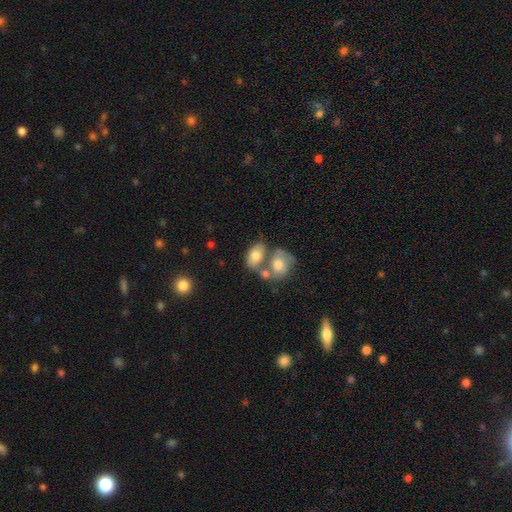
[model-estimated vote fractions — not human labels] Smooth or featured?
  - smooth: 68% *
  - featured or disk: 24%
  - star or artifact: 7%
How rounded?
  - in between: 84% *
  - round: 14%
  - cigar-shaped: 2%
Merging?
  - merger: 54% *
  - none: 28%
  - minor disturbance: 12%
  - major disturbance: 7%